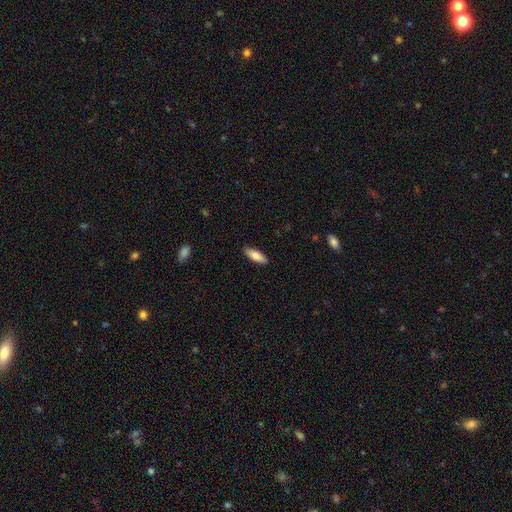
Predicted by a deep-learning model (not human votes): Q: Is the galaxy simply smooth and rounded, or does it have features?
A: smooth — 84%.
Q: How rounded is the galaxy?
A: in between — 59%.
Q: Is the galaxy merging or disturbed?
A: none — 89%.